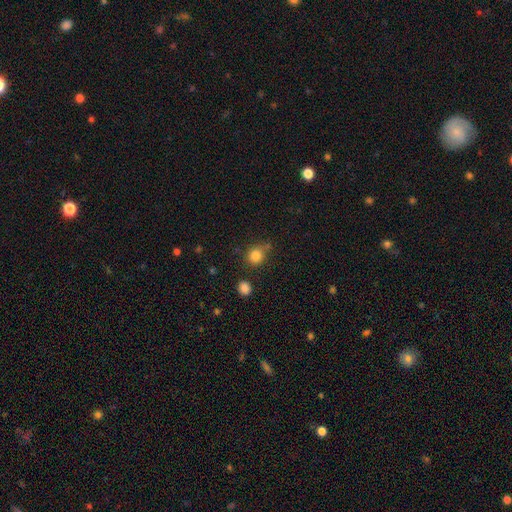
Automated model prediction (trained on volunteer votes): smooth 82%, star or artifact 12%, featured or disk 6%. Down the decision tree: how rounded — round (81%); merging — none (65%).